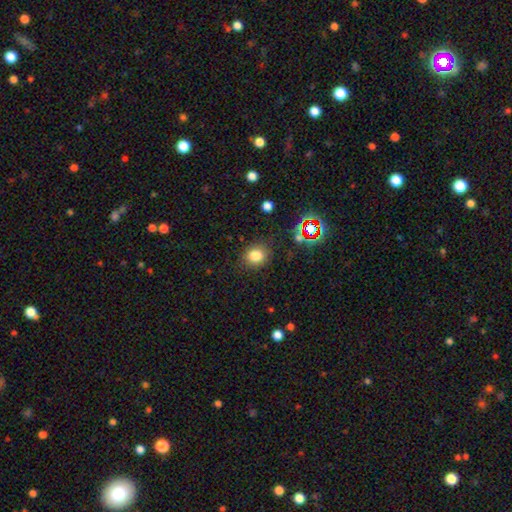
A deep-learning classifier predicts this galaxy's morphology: Smooth or featured: smooth — 79% (star or artifact — 15%)
How rounded: round — 69% (in between — 30%)
Merging: none — 83% (minor disturbance — 12%)